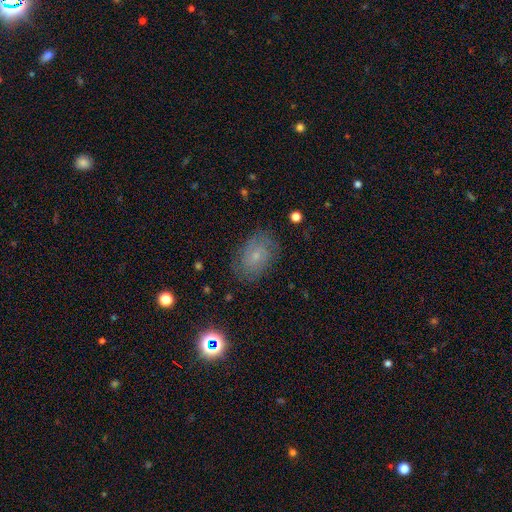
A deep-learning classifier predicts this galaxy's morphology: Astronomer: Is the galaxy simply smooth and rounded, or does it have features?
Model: featured or disk — 50% (runner-up: smooth, 36%).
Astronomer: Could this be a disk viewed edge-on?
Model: no — 96%.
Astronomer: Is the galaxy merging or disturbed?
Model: none — 77%.